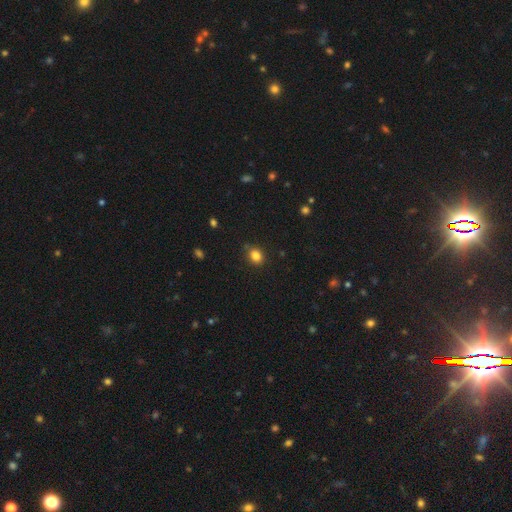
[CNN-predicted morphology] The model was most divided on "how rounded": round: 53%, in between: 46%, cigar-shaped: 1%. More confident: smooth or featured — smooth (84%); merging — none (82%).